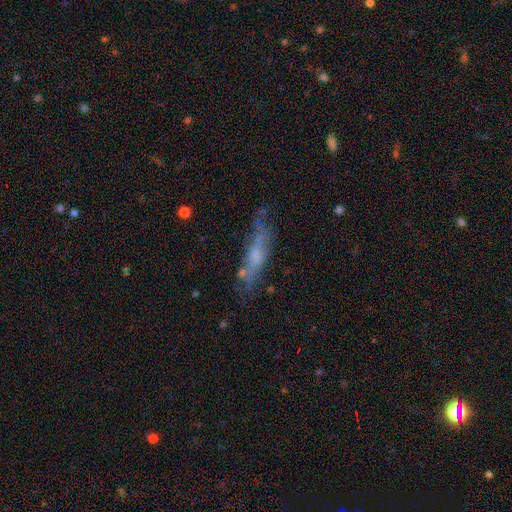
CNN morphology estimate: featured or disk 49%, smooth 41%, star or artifact 10%. Down the decision tree: merging — none (58%).